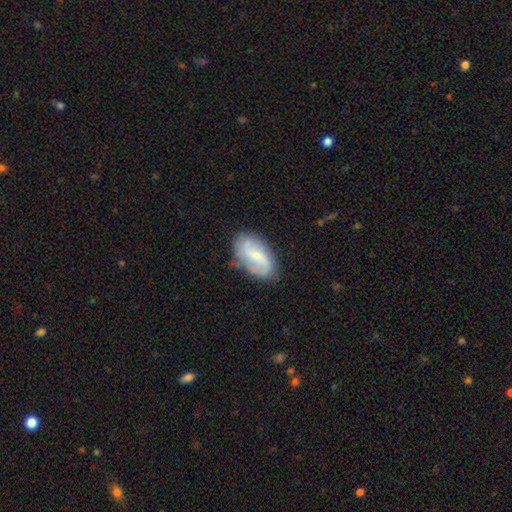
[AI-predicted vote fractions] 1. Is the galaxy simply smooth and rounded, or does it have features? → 61% featured or disk, 32% smooth, 7% star or artifact.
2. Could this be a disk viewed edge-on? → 95% no, 5% yes.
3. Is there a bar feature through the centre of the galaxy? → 49% weak, 32% no, 19% strong.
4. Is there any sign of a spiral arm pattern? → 86% yes, 14% no.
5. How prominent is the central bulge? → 63% small, 29% moderate, 5% none, 2% large, 1% dominant.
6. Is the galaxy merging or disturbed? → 74% none, 19% minor disturbance, 5% major disturbance, 2% merger.